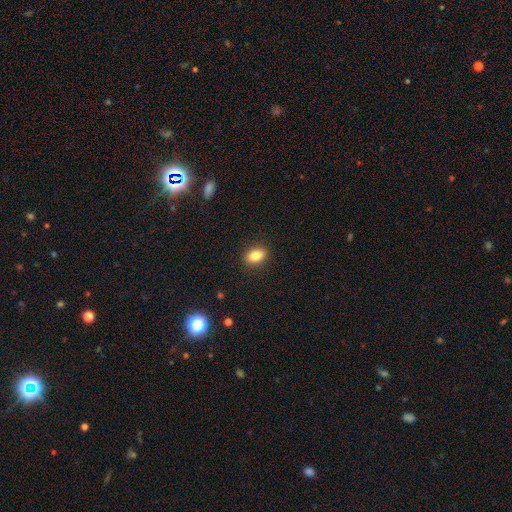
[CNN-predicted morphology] A smooth galaxy with no disk features (83%) that is in between round and cigar-shaped (79%). Merging: none (89%).